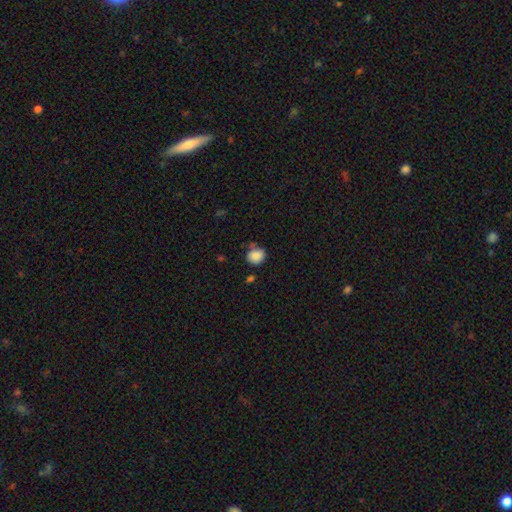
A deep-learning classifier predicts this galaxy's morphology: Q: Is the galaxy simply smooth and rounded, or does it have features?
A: smooth — 87%.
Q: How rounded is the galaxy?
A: round — 72%.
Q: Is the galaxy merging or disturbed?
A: none — 65%.